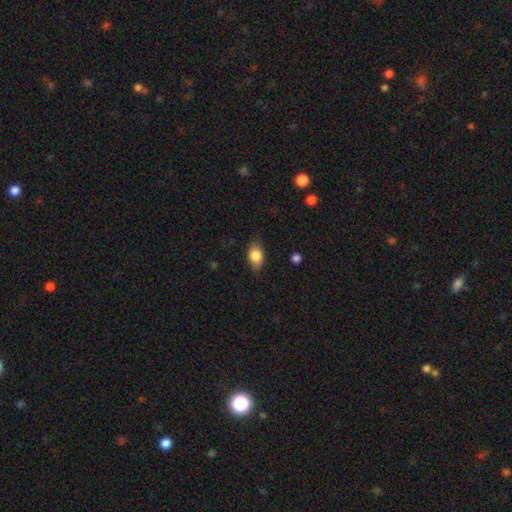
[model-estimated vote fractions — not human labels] A smooth galaxy with no disk features (83%) that is in between round and cigar-shaped (85%).

Vote fractions:
- Smooth or featured? smooth: 83% / featured or disk: 10% / star or artifact: 7%
- How rounded? in between: 85% / round: 12% / cigar-shaped: 3%
- Merging? none: 81% / minor disturbance: 15% / major disturbance: 3% / merger: 1%